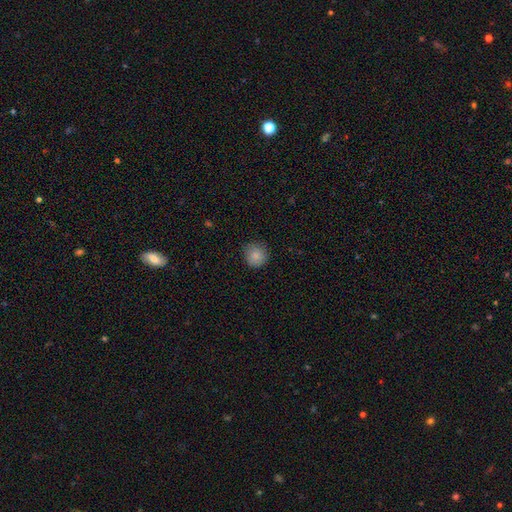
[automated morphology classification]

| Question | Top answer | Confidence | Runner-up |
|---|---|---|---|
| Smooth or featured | smooth | 85% | star or artifact (9%) |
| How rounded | round | 93% | in between (6%) |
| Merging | none | 84% | minor disturbance (12%) |